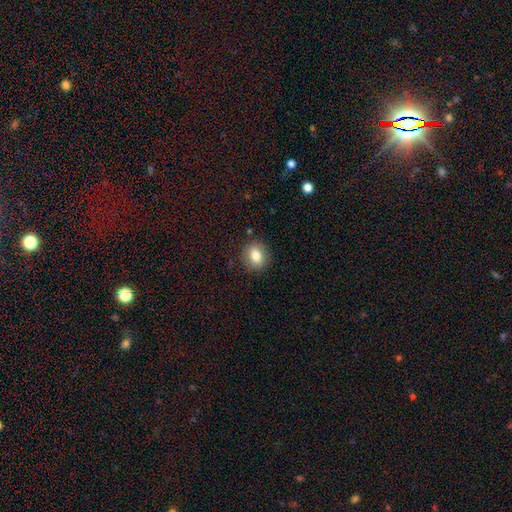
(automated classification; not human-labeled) Smooth or featured: smooth — 81% (star or artifact — 10%)
How rounded: round — 65% (in between — 34%)
Merging: none — 87% (minor disturbance — 9%)